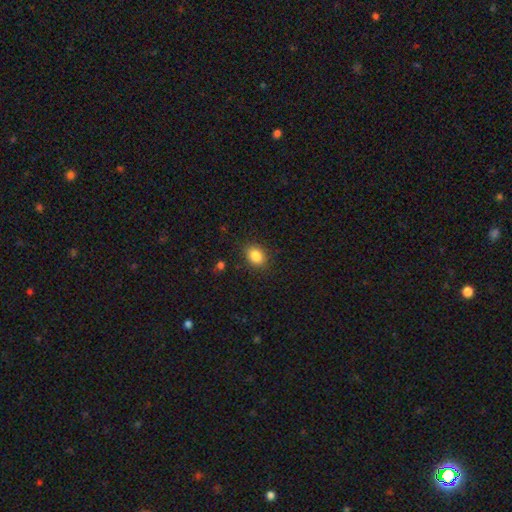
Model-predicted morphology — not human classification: This is clearly a smooth galaxy (86%). How rounded: likely in between (61%). Merging: clearly none (87%).